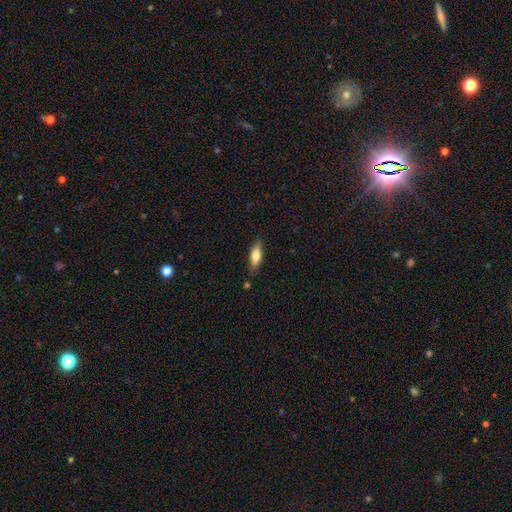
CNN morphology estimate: smooth 75%, featured or disk 19%, star or artifact 6%. Down the decision tree: how rounded — in between (58%); merging — none (81%).